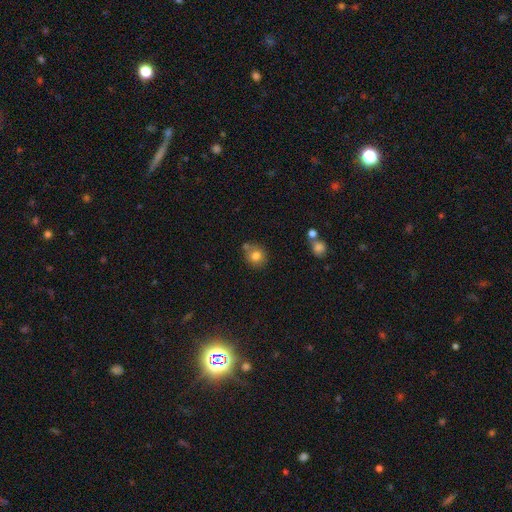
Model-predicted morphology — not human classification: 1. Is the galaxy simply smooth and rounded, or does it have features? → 79% smooth, 11% star or artifact, 10% featured or disk.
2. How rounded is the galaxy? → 81% round, 19% in between, 1% cigar-shaped.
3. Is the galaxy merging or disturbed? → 67% none, 15% minor disturbance, 14% merger, 4% major disturbance.